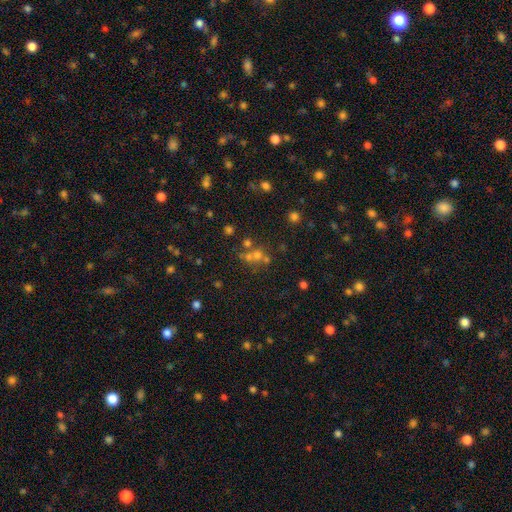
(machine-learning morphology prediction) Q: Smooth or featured?
A: smooth (51%); runner-up: star or artifact (29%)
Q: How rounded?
A: round (80%); runner-up: in between (19%)
Q: Merging?
A: none (47%); runner-up: merger (38%)